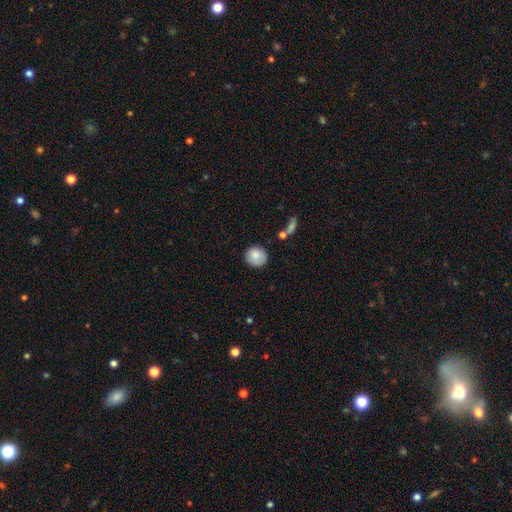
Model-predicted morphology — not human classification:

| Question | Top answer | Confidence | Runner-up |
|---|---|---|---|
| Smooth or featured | smooth | 85% | featured or disk (8%) |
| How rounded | round | 87% | in between (12%) |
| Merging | none | 81% | minor disturbance (12%) |